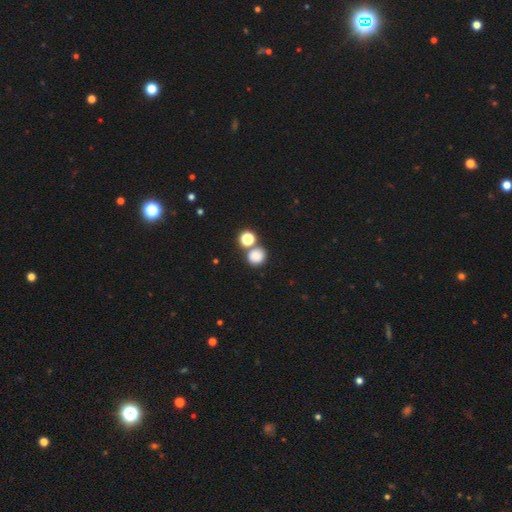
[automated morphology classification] Smooth or featured?
  - smooth: 81% *
  - star or artifact: 13%
  - featured or disk: 6%
How rounded?
  - round: 83% *
  - in between: 16%
  - cigar-shaped: 1%
Merging?
  - none: 64% *
  - merger: 25%
  - minor disturbance: 8%
  - major disturbance: 3%